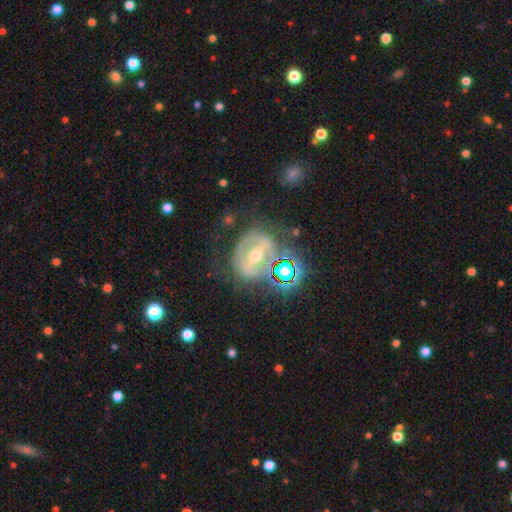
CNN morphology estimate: Smooth or featured: featured or disk — 72% (smooth — 14%)
Edge-on disk: no — 94% (yes — 6%)
Bar: strong — 63% (weak — 25%)
Spiral arms: yes — 57% (no — 43%)
Bulge size: moderate — 57% (small — 37%)
Merging: none — 57% (minor disturbance — 19%)